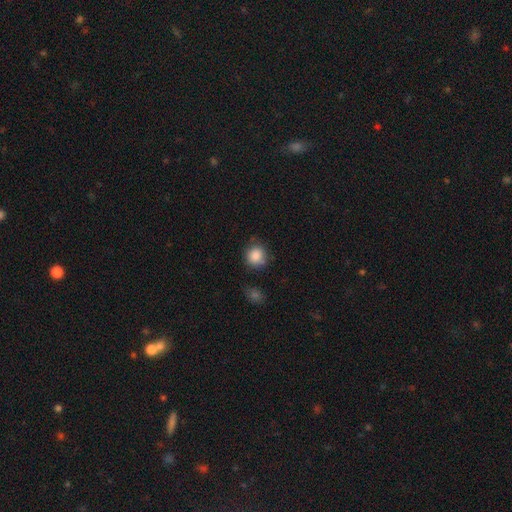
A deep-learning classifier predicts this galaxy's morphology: smooth-or-featured: smooth: 87% | star or artifact: 8% | featured or disk: 4%
  how-rounded: round: 87% | in between: 12% | cigar-shaped: 1%
  merging: none: 76% | minor disturbance: 16% | major disturbance: 4% | merger: 3%